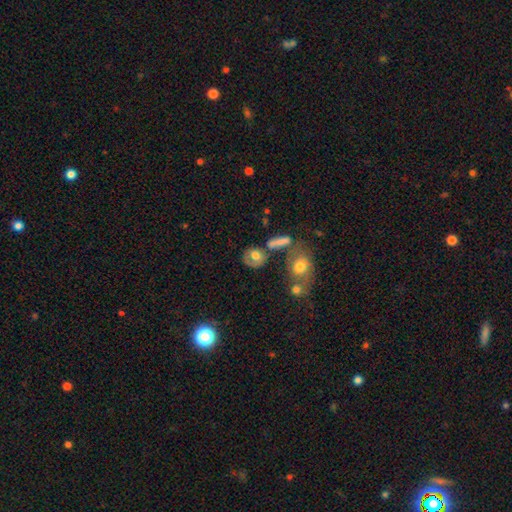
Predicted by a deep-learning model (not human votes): The model was most divided on "how rounded": round: 57%, in between: 40%, cigar-shaped: 3%. More confident: smooth or featured — smooth (62%); merging — none (54%).